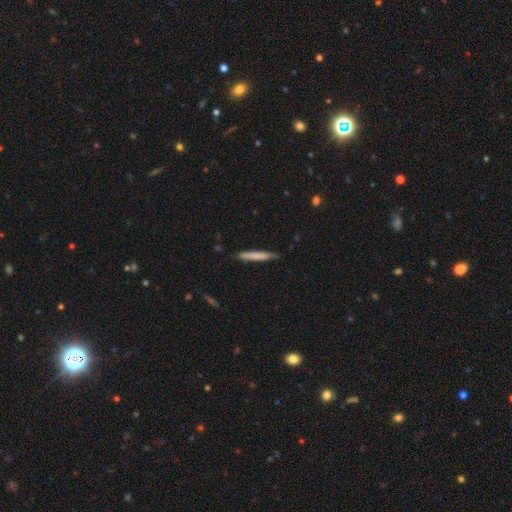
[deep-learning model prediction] Overall: smooth (70%). How rounded: cigar-shaped (95%). Merging: none (82%).